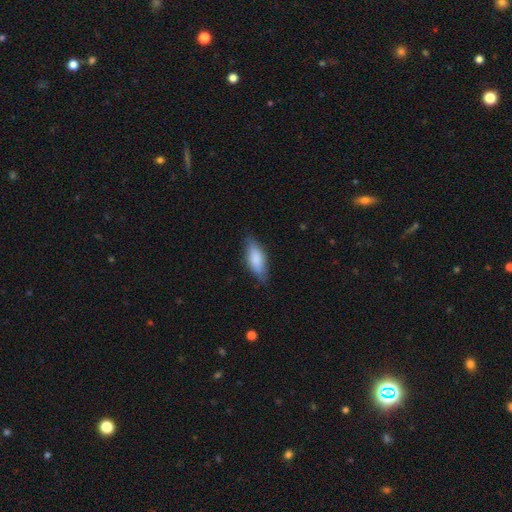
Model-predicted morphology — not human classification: A smooth galaxy with no disk features (74%) that is in between round and cigar-shaped (67%).

Vote fractions:
- Smooth or featured? smooth: 74% / featured or disk: 19% / star or artifact: 6%
- How rounded? in between: 67% / cigar-shaped: 31% / round: 2%
- Merging? none: 79% / minor disturbance: 17% / major disturbance: 3% / merger: 1%